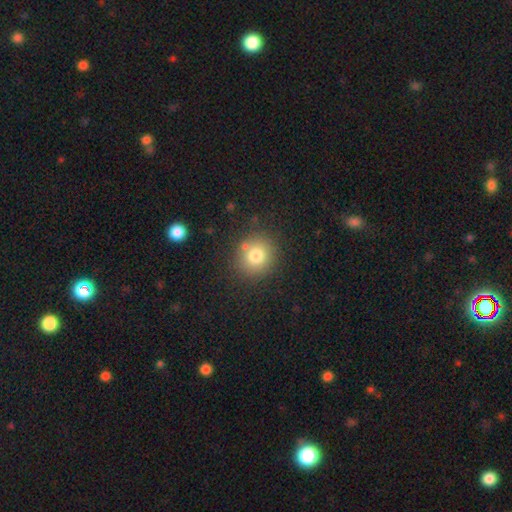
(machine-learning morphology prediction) smooth-or-featured: smooth: 77% | star or artifact: 13% | featured or disk: 10%
  how-rounded: round: 85% | in between: 14% | cigar-shaped: 1%
  merging: none: 81% | minor disturbance: 10% | merger: 5% | major disturbance: 3%